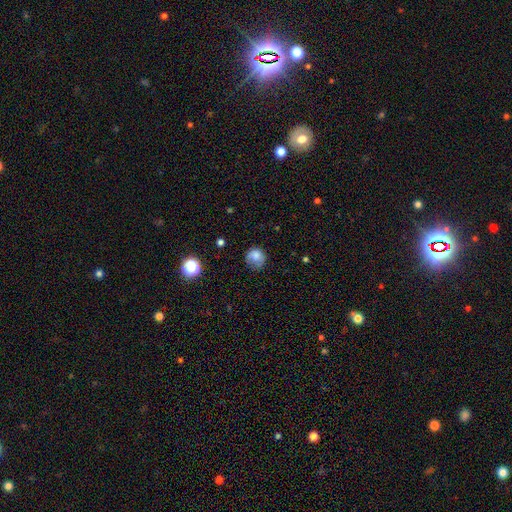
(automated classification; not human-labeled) Q: Smooth or featured?
A: smooth (75%); runner-up: featured or disk (14%)
Q: How rounded?
A: round (83%); runner-up: in between (16%)
Q: Merging?
A: none (58%); runner-up: minor disturbance (28%)